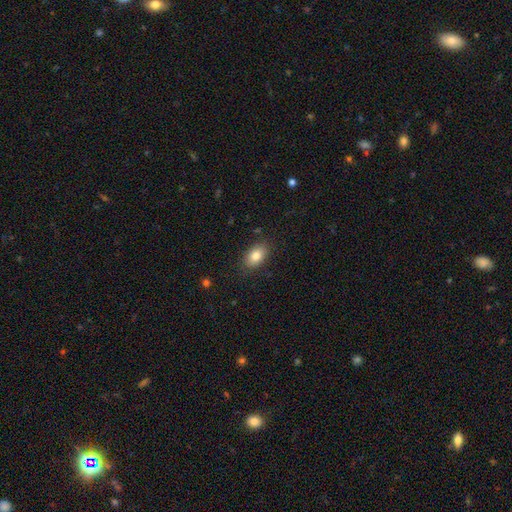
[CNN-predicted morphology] The model was most divided on "merging": none: 84%, minor disturbance: 12%, major disturbance: 3%, merger: 1%. More confident: how rounded — in between (87%); smooth or featured — smooth (83%).